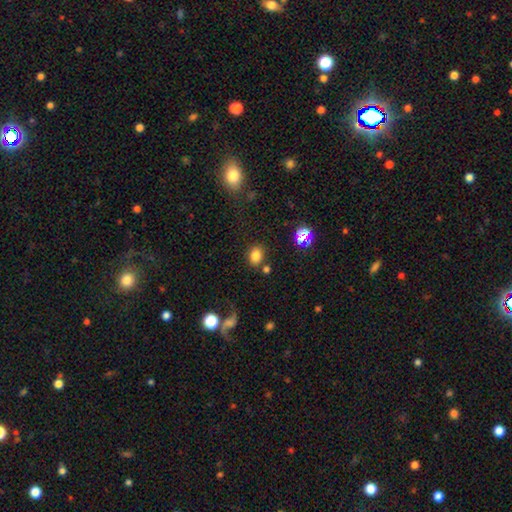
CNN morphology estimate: A smooth galaxy with no disk features (79%) that is in between round and cigar-shaped (55%). Merging: none (76%).